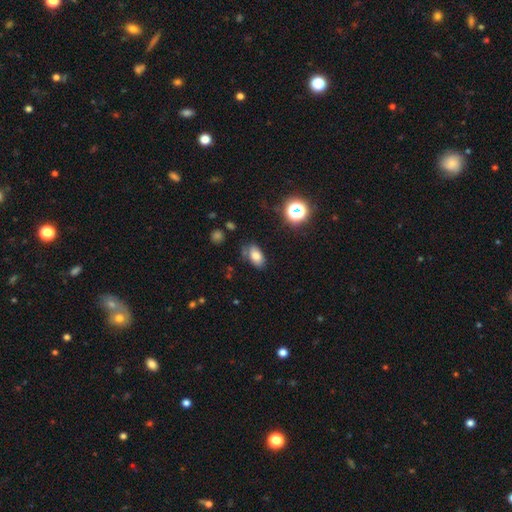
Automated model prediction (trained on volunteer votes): Smooth or featured? Predicted: smooth (p=0.79). How rounded? Predicted: in between (p=0.90). Merging? Predicted: none (p=0.72).